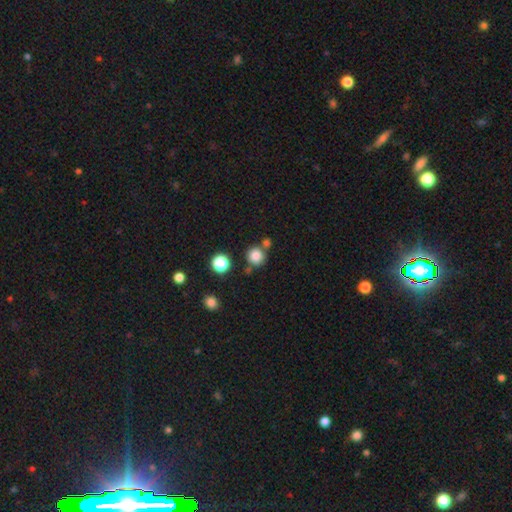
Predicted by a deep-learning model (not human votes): A smooth galaxy with no disk features (83%) that is round (92%). Merging: none (71%).